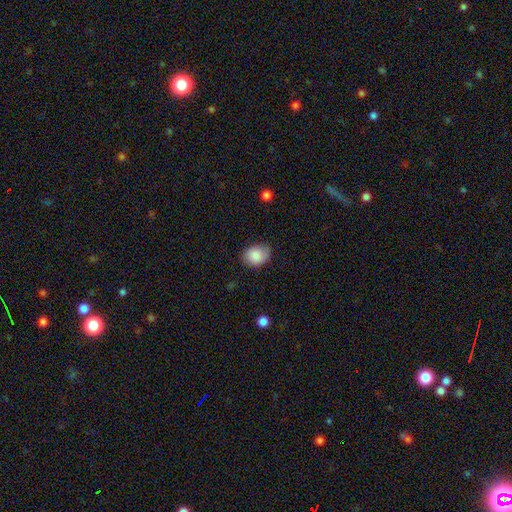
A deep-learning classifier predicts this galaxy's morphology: The model was most divided on "how rounded": in between: 59%, round: 40%, cigar-shaped: 1%. More confident: smooth or featured — smooth (87%); merging — none (76%).